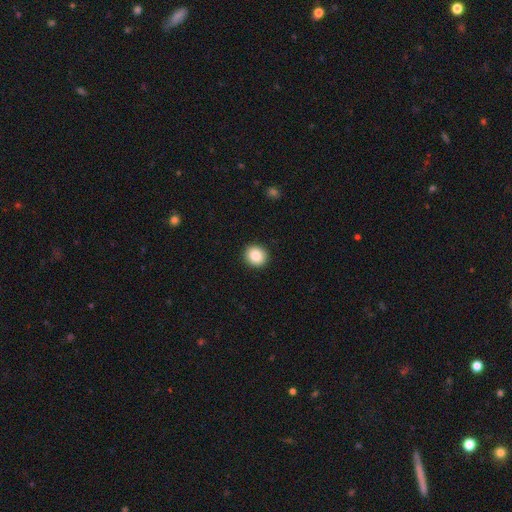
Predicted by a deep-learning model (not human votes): smooth 86%, star or artifact 9%, featured or disk 5%. Down the decision tree: how rounded — round (86%); merging — none (92%).